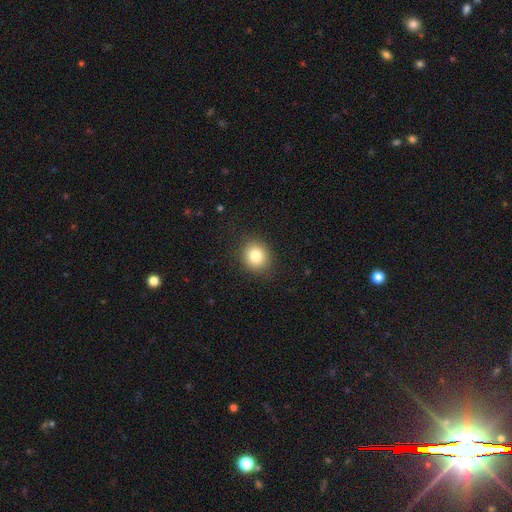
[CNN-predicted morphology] A smooth galaxy with no disk features (82%) that is round (79%).

Vote fractions:
- Smooth or featured? smooth: 82% / star or artifact: 10% / featured or disk: 7%
- How rounded? round: 79% / in between: 20% / cigar-shaped: 1%
- Merging? none: 89% / minor disturbance: 8% / major disturbance: 3% / merger: 1%